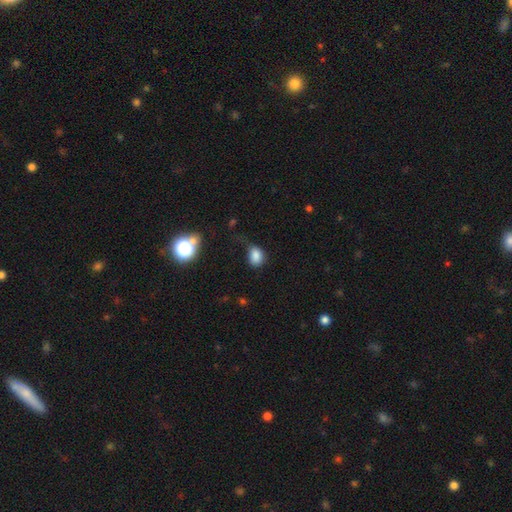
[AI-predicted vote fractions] The model was most divided on "how rounded": in between: 57%, round: 42%, cigar-shaped: 1%. Remaining: smooth or featured — smooth (82%); merging — none (46%).